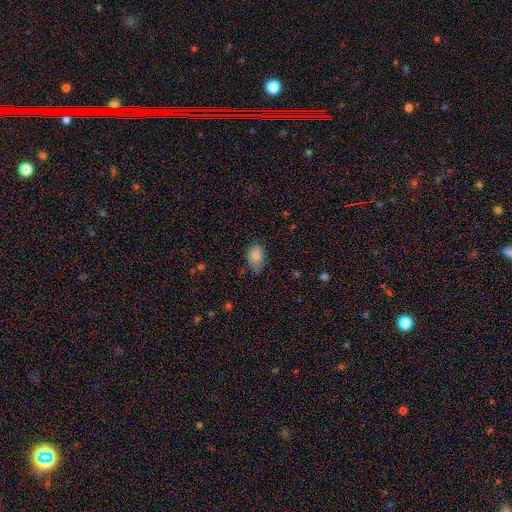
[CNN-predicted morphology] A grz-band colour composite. It shows a smooth galaxy with no disk features (82%) that is in between round and cigar-shaped (86%). Merging: none (66%).